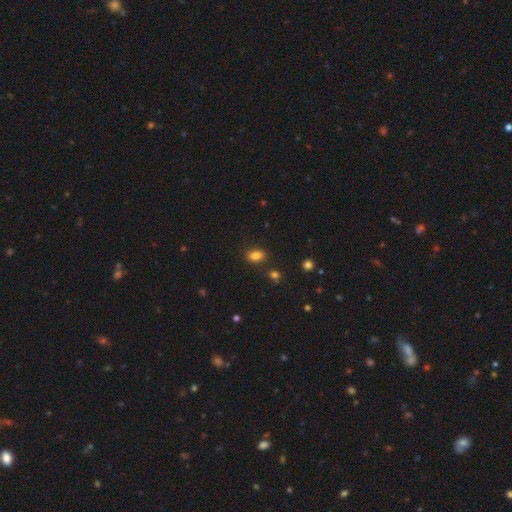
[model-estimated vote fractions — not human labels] Smooth or featured? Predicted: smooth (p=0.83). How rounded? Predicted: in between (p=0.80). Merging? Predicted: none (p=0.83).